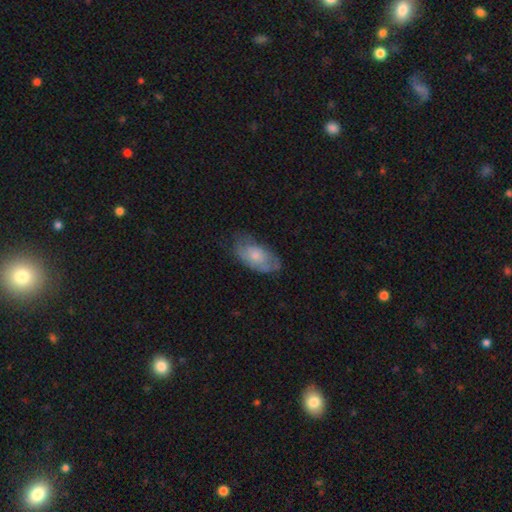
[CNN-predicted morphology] Smooth or featured: smooth — 57% (featured or disk — 37%)
How rounded: in between — 92% (round — 5%)
Merging: none — 57% (minor disturbance — 30%)